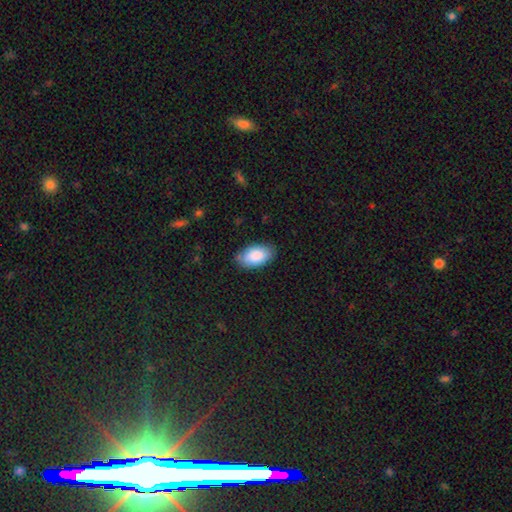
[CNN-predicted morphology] A smooth galaxy with no disk features (87%) that is in between round and cigar-shaped (95%). Merging: none (81%).